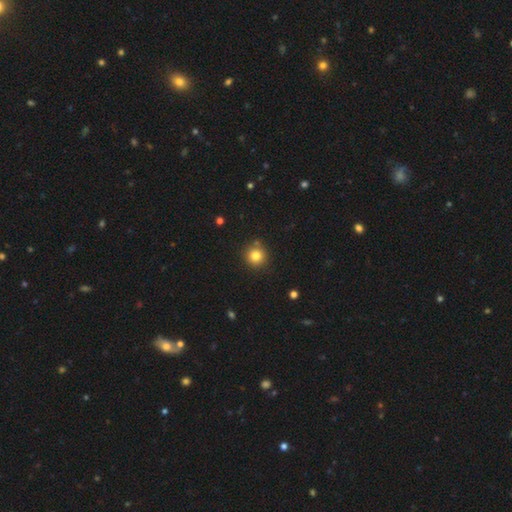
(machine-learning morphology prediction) Smooth or featured? smooth (81%)
How rounded? round (94%)
Merging? none (85%)